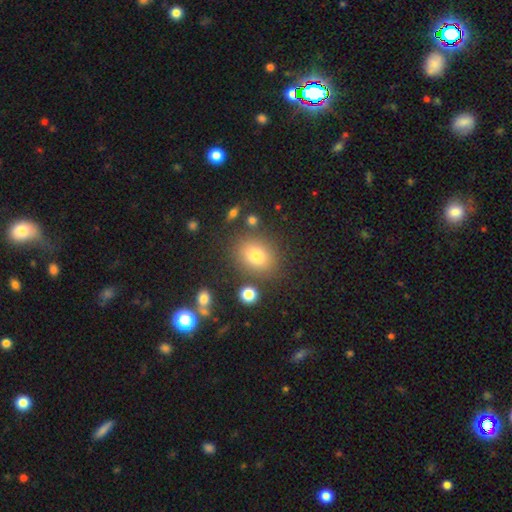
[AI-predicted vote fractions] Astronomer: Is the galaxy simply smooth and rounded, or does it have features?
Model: smooth — 77%.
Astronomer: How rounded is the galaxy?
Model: round — 55% (runner-up: in between, 44%).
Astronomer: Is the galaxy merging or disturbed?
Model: none — 79%.